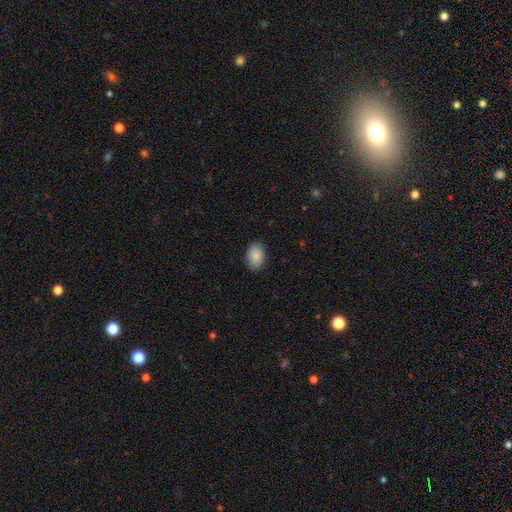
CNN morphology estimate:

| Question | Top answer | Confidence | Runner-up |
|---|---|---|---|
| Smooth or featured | smooth | 89% | star or artifact (6%) |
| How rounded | in between | 87% | round (11%) |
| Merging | none | 88% | minor disturbance (9%) |